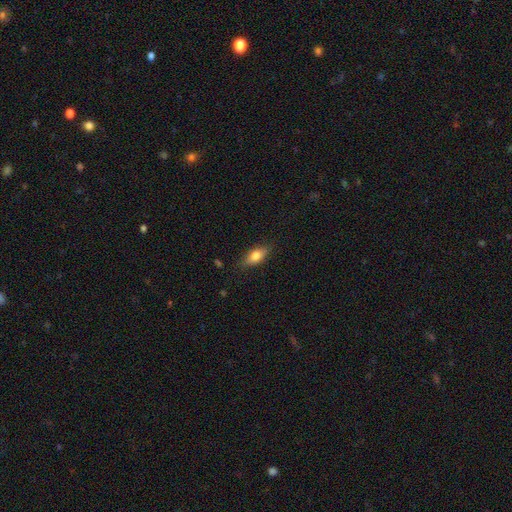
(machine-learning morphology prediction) type=smooth (74%); roundness=in between (79%); merging=none (81%).